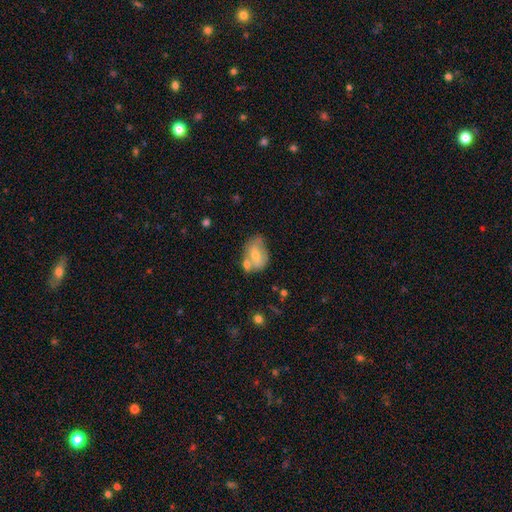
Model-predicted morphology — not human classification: Smooth or featured? Predicted: smooth (p=0.62). How rounded? Predicted: in between (p=0.76). Merging? Predicted: none (p=0.39).